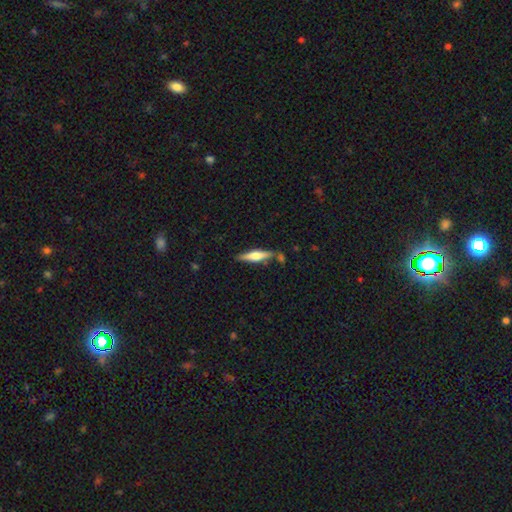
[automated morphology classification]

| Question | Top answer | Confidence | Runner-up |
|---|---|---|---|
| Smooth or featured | featured or disk | 55% | smooth (39%) |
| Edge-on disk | yes | 95% | no (5%) |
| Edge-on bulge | rounded | 83% | boxy (13%) |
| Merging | none | 76% | minor disturbance (13%) |